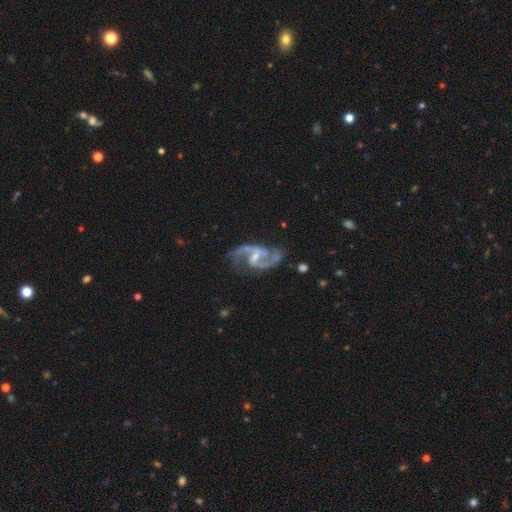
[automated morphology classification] A featured or disk galaxy (93%) with a weak bar (54%), 2 (93%) medium (55%) spiral arms (98%) and a small central bulge (53%).

Vote fractions:
- Smooth or featured? featured or disk: 93% / star or artifact: 4% / smooth: 3%
- Edge-on disk? no: 98% / yes: 2%
- Bar? weak: 54% / strong: 29% / no: 17%
- Spiral arms? yes: 98% / no: 2%
- Spiral winding? medium: 55% / loose: 36% / tight: 10%
- Spiral arm count? 2: 93% / 3: 2% / can't tell: 2% / 1: 1% / 4: 1% / more than 4: 1%
- Bulge size? small: 53% / moderate: 33% / none: 11% / large: 2% / dominant: 1%
- Merging? none: 73% / minor disturbance: 17% / major disturbance: 8% / merger: 2%